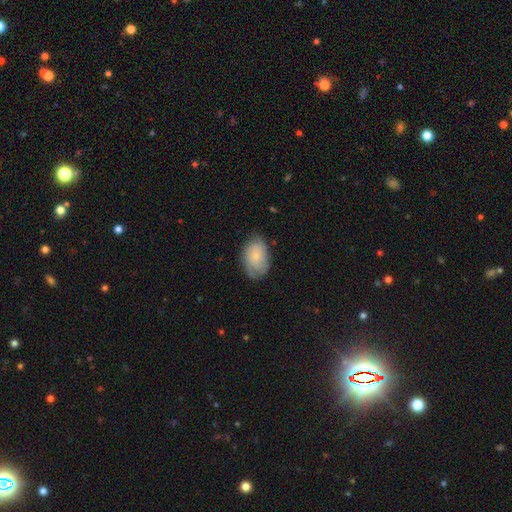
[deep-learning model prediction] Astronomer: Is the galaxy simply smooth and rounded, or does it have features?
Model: smooth — 68%.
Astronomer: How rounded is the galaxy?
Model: in between — 87%.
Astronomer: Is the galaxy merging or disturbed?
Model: none — 67%.